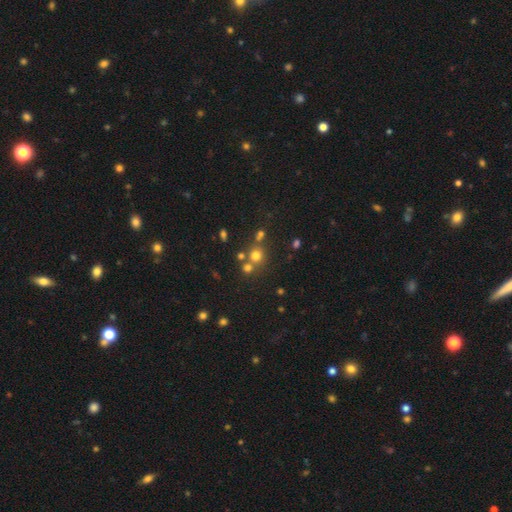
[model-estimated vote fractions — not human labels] Morphology: type=smooth (67%); roundness=round (88%); merging=none (62%).